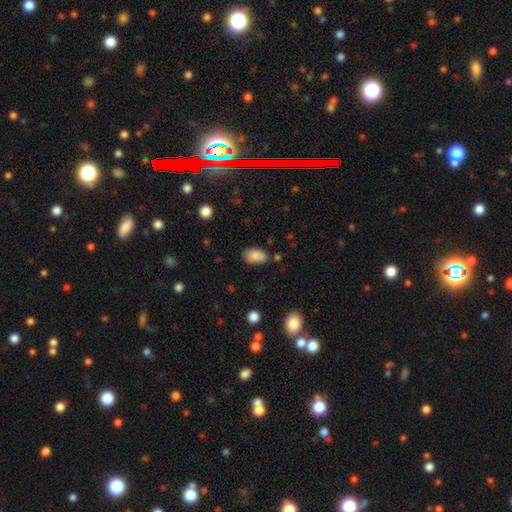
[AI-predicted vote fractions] smooth_or_featured: smooth (p=0.87) [alt: star or artifact p=0.08]
how_rounded: in between (p=0.92) [alt: round p=0.06]
merging: none (p=0.72) [alt: minor disturbance p=0.20]